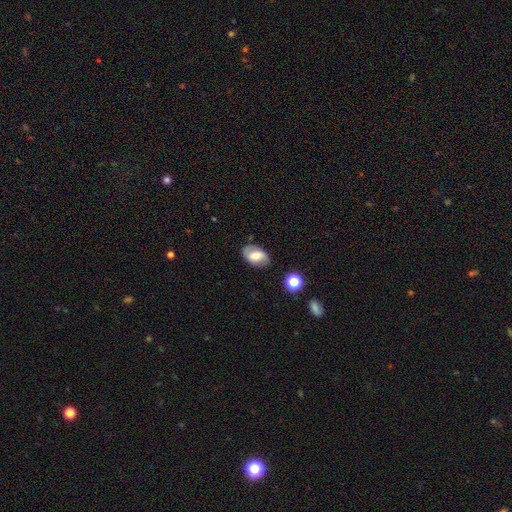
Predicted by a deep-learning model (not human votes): This appears to be a smooth galaxy with no disk features (64%) that is in between round and cigar-shaped (88%). Merging: none (78%).